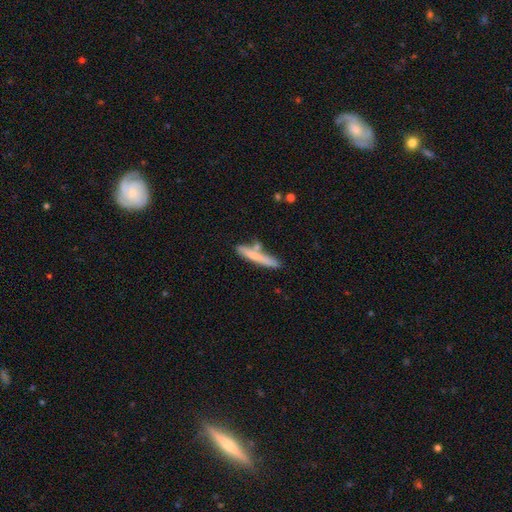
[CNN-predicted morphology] Overall: smooth (64%; featured or disk 30%). How rounded: cigar-shaped (93%). Merging: none (69%).